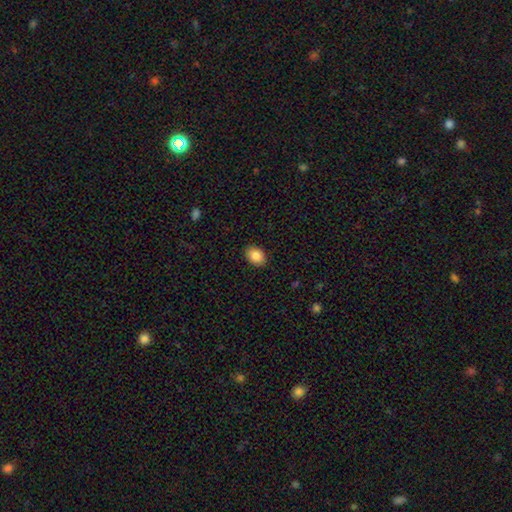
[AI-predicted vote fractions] Overall: smooth (86%). How rounded: in between (73%). Merging: none (90%).